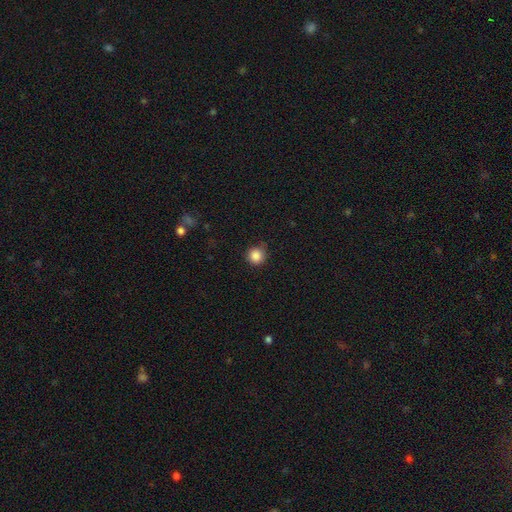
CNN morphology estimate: A smooth galaxy with no disk features (86%) that is round (94%). Merging: none (81%).